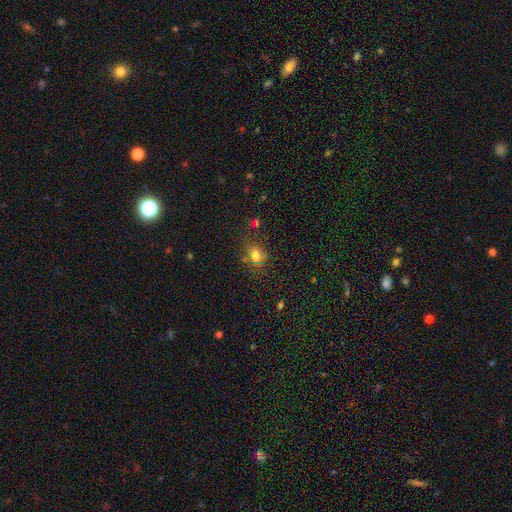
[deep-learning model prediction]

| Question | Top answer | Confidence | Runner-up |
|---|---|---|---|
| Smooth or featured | smooth | 74% | star or artifact (17%) |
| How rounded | round | 61% | in between (38%) |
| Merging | none | 70% | minor disturbance (17%) |